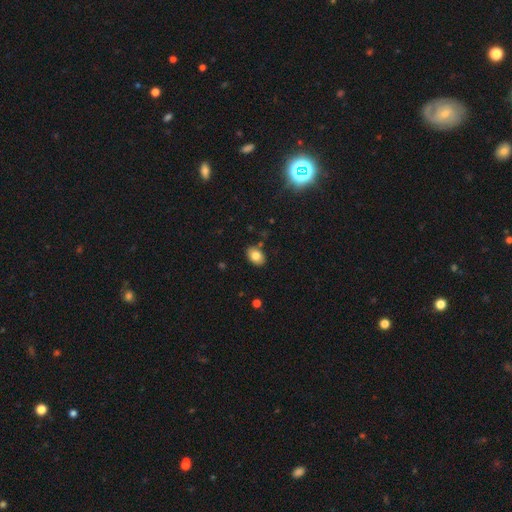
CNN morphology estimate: Smooth or featured: smooth — 81% (featured or disk — 10%)
How rounded: in between — 85% (round — 14%)
Merging: none — 84% (minor disturbance — 11%)